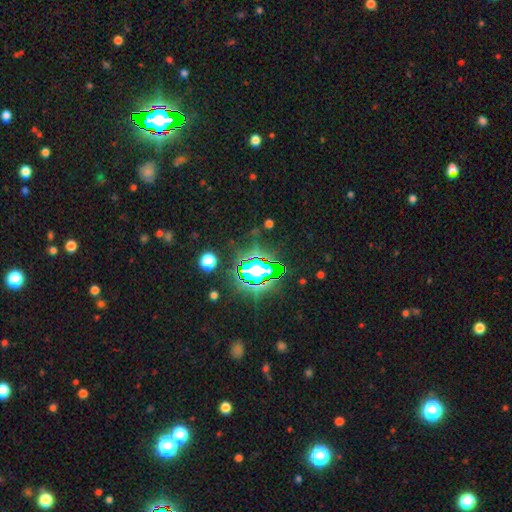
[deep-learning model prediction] A star or artifact, not a galaxy (77%).

Vote fractions:
- Smooth or featured? star or artifact: 77% / smooth: 15% / featured or disk: 9%